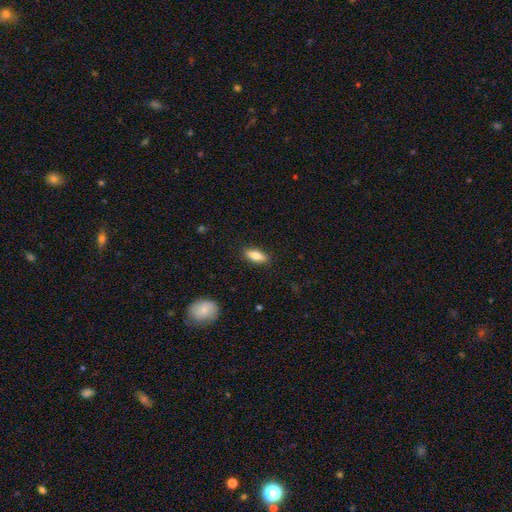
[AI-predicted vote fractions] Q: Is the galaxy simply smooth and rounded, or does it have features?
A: smooth — 77%.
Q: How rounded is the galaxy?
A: in between — 70%.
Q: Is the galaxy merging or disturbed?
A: none — 88%.